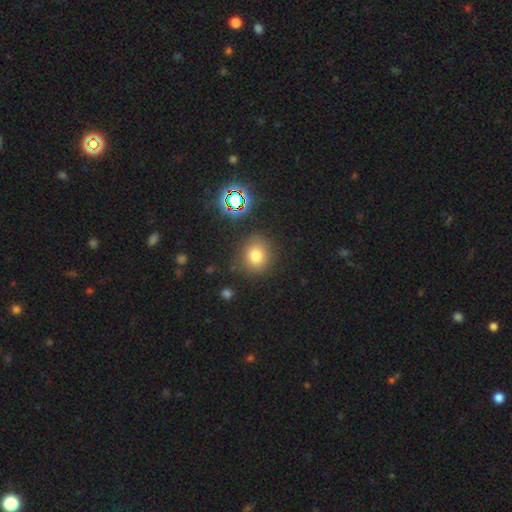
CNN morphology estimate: smooth 75%, star or artifact 17%, featured or disk 8%. Down the decision tree: how rounded — round (79%); merging — none (83%).